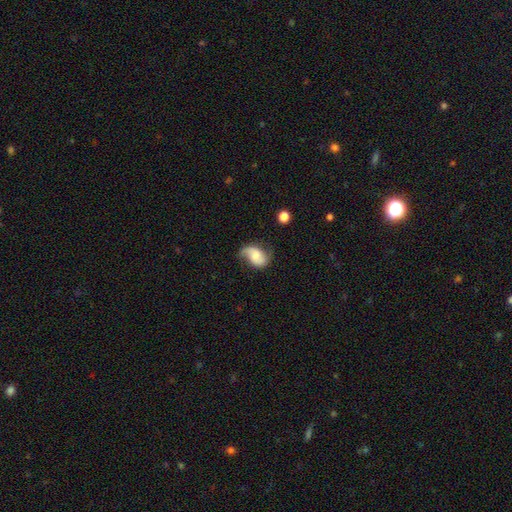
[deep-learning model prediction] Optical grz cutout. It shows a featured or disk galaxy (56%) with no bar (60%), spiral arms (90%) and a small central bulge (35%). Merging: none (48%).